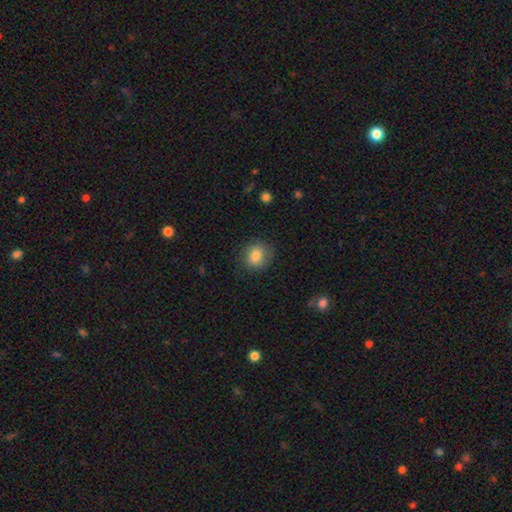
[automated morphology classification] Q: Smooth or featured?
A: smooth (82%); runner-up: featured or disk (9%)
Q: How rounded?
A: round (71%); runner-up: in between (28%)
Q: Merging?
A: none (82%); runner-up: minor disturbance (13%)